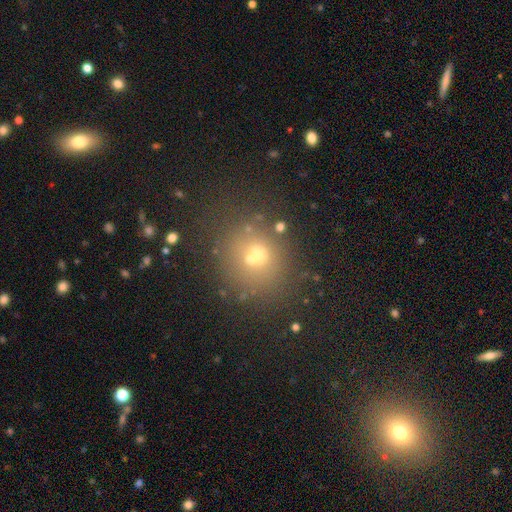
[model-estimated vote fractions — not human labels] The model was most divided on "smooth or featured": smooth: 57%, star or artifact: 24%, featured or disk: 18%. More confident: how rounded — round (81%); merging — none (60%).